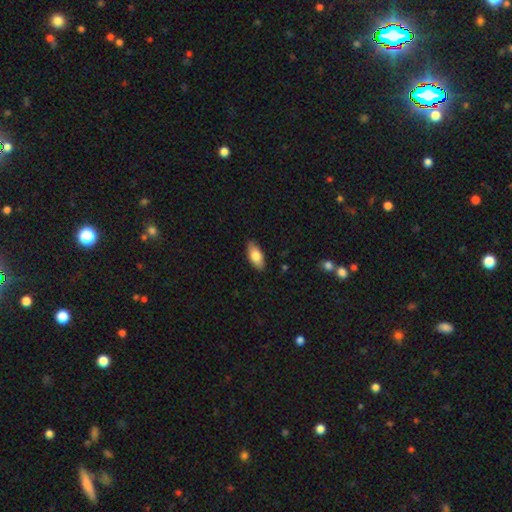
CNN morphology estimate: A smooth galaxy with no disk features (77%) that is in between round and cigar-shaped (88%). Merging: none (88%).